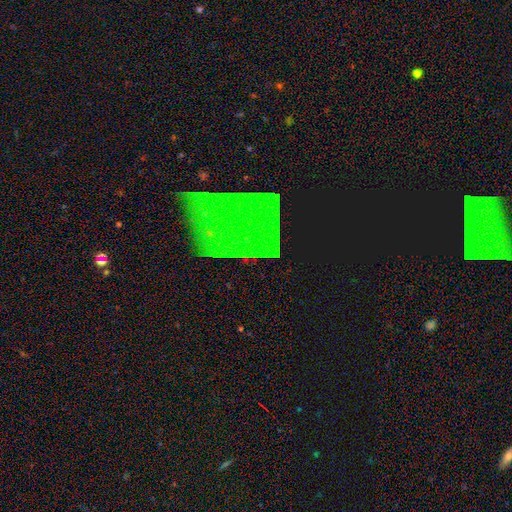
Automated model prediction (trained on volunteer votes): Smooth or featured?
  - star or artifact: 78% *
  - featured or disk: 12%
  - smooth: 10%